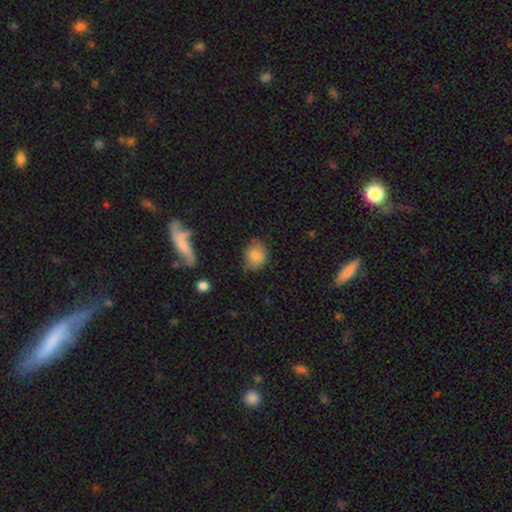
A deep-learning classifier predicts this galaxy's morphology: Smooth or featured: smooth — 83% (star or artifact — 9%)
How rounded: round — 69% (in between — 29%)
Merging: none — 66% (minor disturbance — 25%)